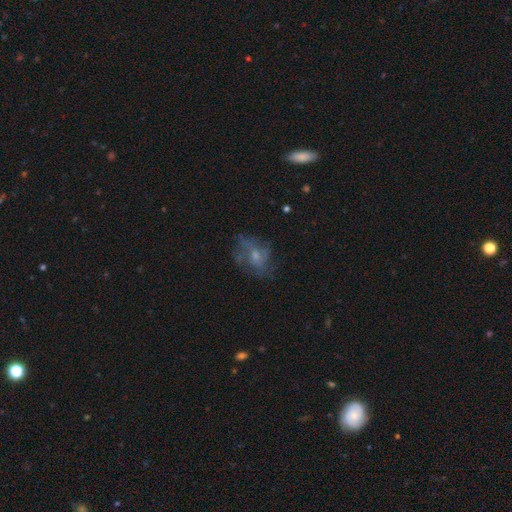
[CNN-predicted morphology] Smooth or featured?
  - featured or disk: 53% *
  - smooth: 33%
  - star or artifact: 14%
Edge-on disk?
  - no: 96% *
  - yes: 4%
Bar?
  - no: 76% *
  - weak: 21%
  - strong: 3%
Spiral arms?
  - yes: 50% * (tied)
  - no: 50% * (tied)
Bulge size?
  - small: 48% *
  - moderate: 39%
  - none: 9%
  - large: 3%
  - dominant: 1%
Merging?
  - none: 52% *
  - major disturbance: 23%
  - minor disturbance: 22%
  - merger: 3%